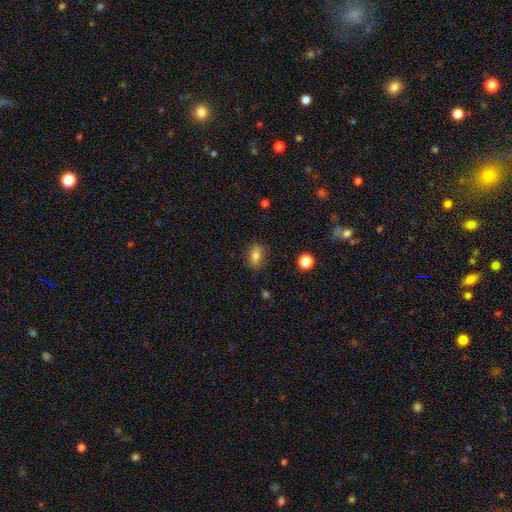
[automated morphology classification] Smooth or featured?
  - smooth: 73% *
  - featured or disk: 16%
  - star or artifact: 10%
How rounded?
  - in between: 74% *
  - round: 16%
  - cigar-shaped: 10%
Merging?
  - none: 79% *
  - minor disturbance: 15%
  - major disturbance: 4%
  - merger: 2%